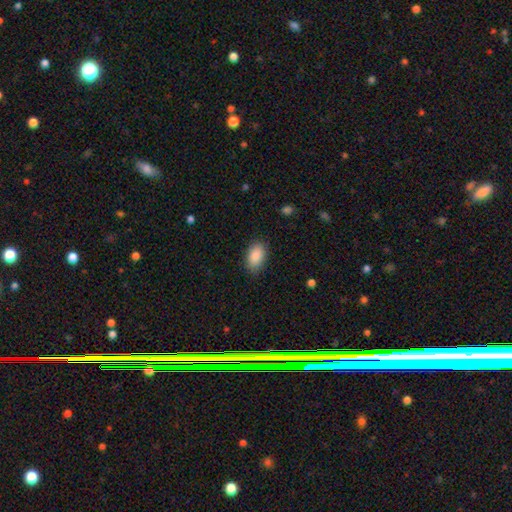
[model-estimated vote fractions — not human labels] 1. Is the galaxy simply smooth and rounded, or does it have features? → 88% smooth, 7% star or artifact, 5% featured or disk.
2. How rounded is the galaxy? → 92% in between, 6% round, 2% cigar-shaped.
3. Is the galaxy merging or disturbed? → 84% none, 12% minor disturbance, 3% major disturbance, 1% merger.